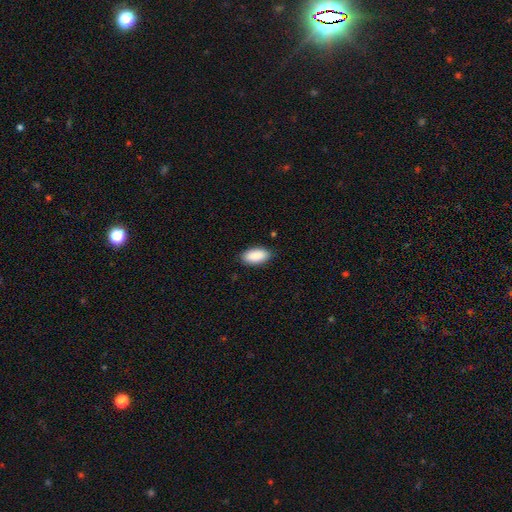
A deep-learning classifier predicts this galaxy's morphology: Smooth or featured?
  - smooth: 91% *
  - star or artifact: 6%
  - featured or disk: 3%
How rounded?
  - in between: 94% *
  - cigar-shaped: 3%
  - round: 2%
Merging?
  - none: 86% *
  - minor disturbance: 10%
  - major disturbance: 2%
  - merger: 1%